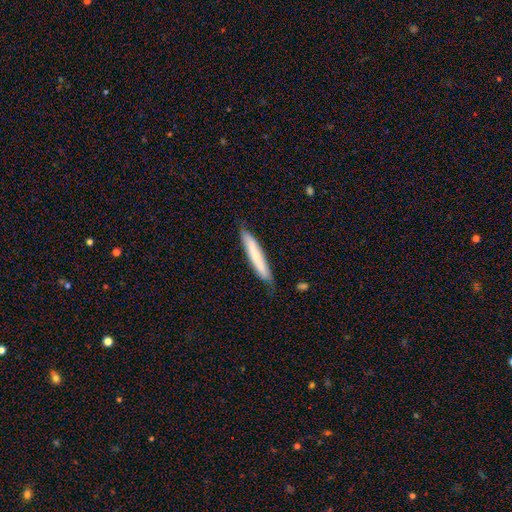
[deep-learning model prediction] smooth_or_featured: smooth (p=0.66) [alt: featured or disk p=0.29]
how_rounded: cigar-shaped (p=0.93) [alt: in between p=0.06]
merging: none (p=0.79) [alt: minor disturbance p=0.17]